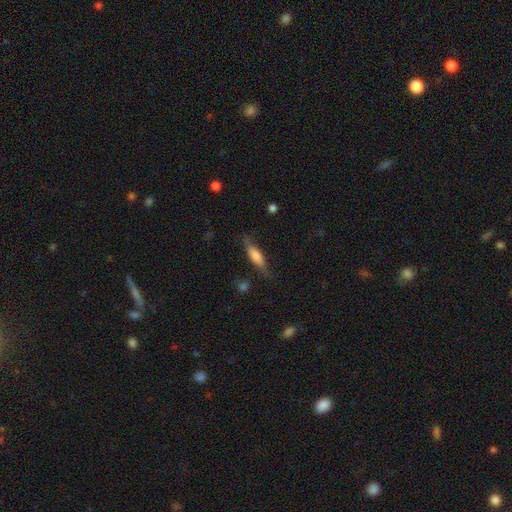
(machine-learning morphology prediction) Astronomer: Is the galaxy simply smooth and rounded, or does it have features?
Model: smooth — 65%.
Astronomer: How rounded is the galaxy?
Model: cigar-shaped — 55% (runner-up: in between, 43%).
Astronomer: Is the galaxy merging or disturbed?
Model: none — 66%.